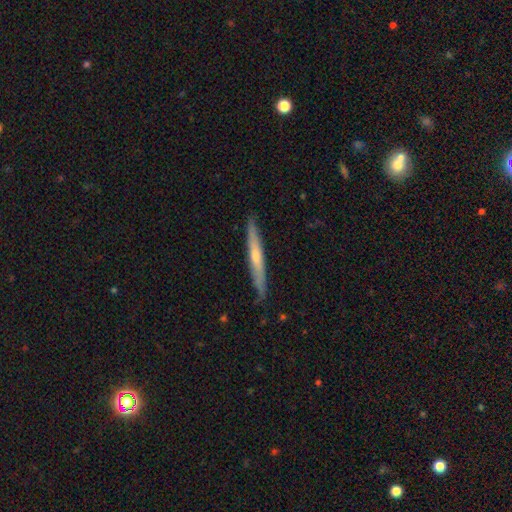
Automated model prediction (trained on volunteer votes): A featured or disk galaxy (53%) viewed edge-on (93%). Merging: none (84%).